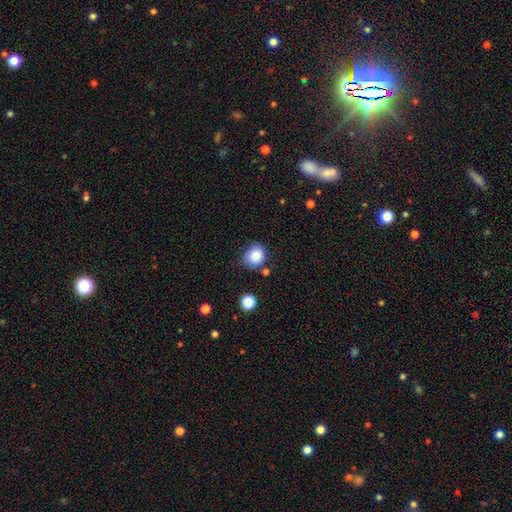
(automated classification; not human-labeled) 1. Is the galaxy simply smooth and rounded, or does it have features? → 84% smooth, 10% star or artifact, 6% featured or disk.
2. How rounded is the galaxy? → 77% round, 22% in between, 1% cigar-shaped.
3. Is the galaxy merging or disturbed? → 67% none, 23% minor disturbance, 6% merger, 5% major disturbance.